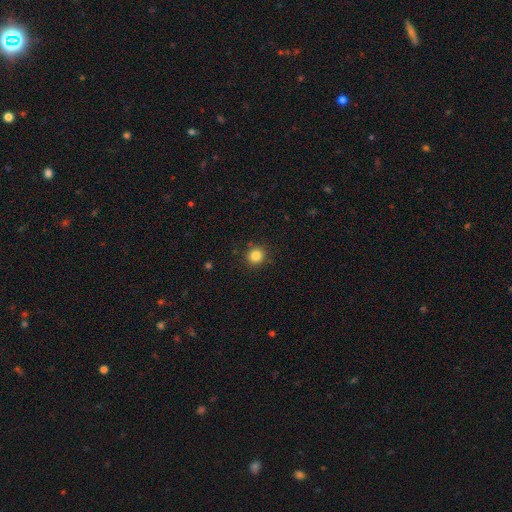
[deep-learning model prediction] smooth_or_featured: smooth (p=0.84) [alt: star or artifact p=0.12]
how_rounded: round (p=0.91) [alt: in between p=0.08]
merging: none (p=0.89) [alt: minor disturbance p=0.07]